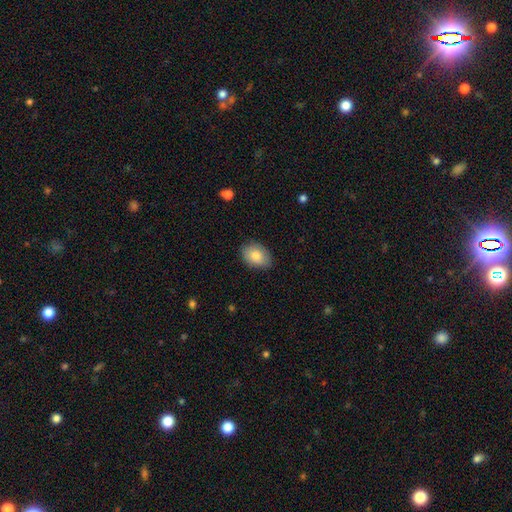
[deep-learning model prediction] smooth 83%, featured or disk 11%, star or artifact 7%. Down the decision tree: how rounded — in between (79%); merging — none (80%).